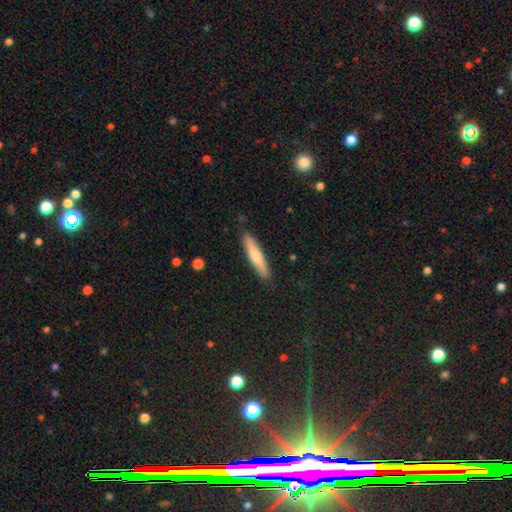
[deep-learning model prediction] smooth 61%, featured or disk 34%, star or artifact 5%. Down the decision tree: how rounded — cigar-shaped (88%); merging — none (87%).